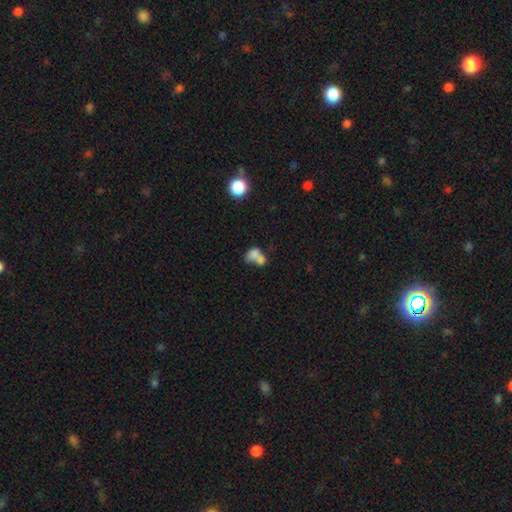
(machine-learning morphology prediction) Smooth or featured: smooth — 71% (featured or disk — 18%)
How rounded: in between — 60% (round — 39%)
Merging: merger — 66% (none — 19%)